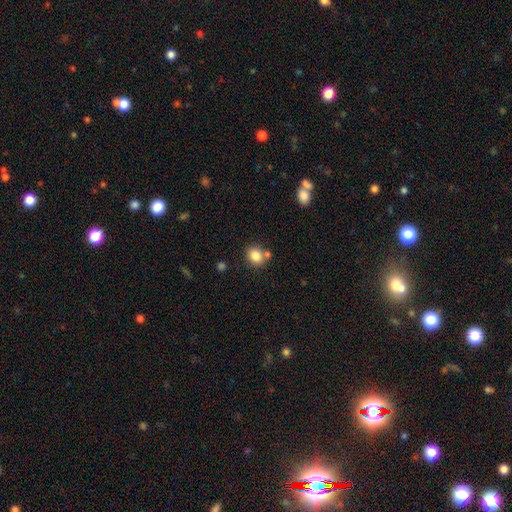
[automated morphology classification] Smooth or featured? Predicted: smooth (p=0.83). How rounded? Predicted: round (p=0.59). Merging? Predicted: none (p=0.67).